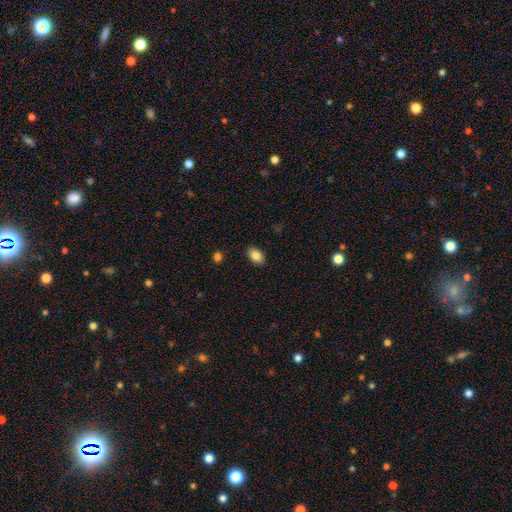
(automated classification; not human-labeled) Overall: smooth (85%). How rounded: in between (85%). Merging: none (88%).